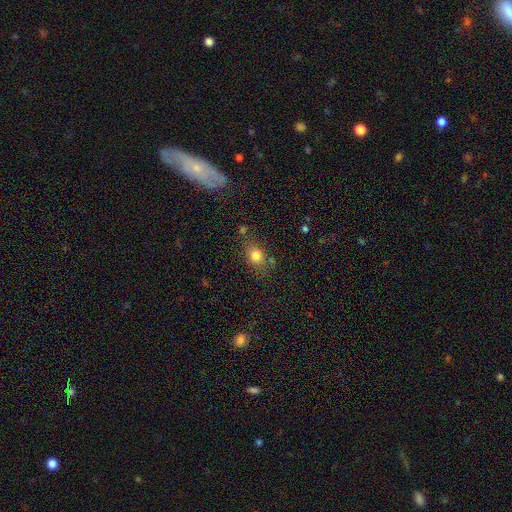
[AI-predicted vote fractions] The model was most divided on "how rounded": in between: 50%, round: 48%, cigar-shaped: 2%. More confident: smooth or featured — smooth (79%); merging — none (69%).